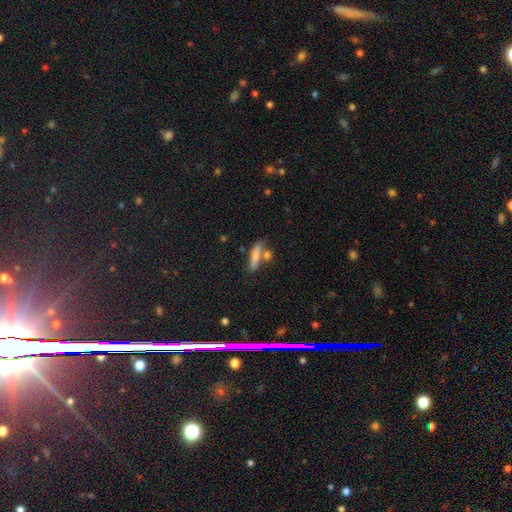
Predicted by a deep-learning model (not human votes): smooth-or-featured: smooth: 72% | featured or disk: 20% | star or artifact: 8%
  how-rounded: cigar-shaped: 70% | in between: 26% | round: 4%
  merging: none: 59% | merger: 22% | minor disturbance: 14% | major disturbance: 5%